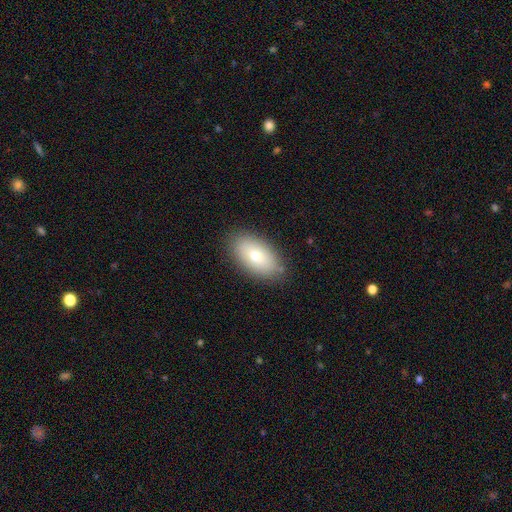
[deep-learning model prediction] Smooth or featured? Predicted: smooth (p=0.75). How rounded? Predicted: in between (p=0.93). Merging? Predicted: none (p=0.84).